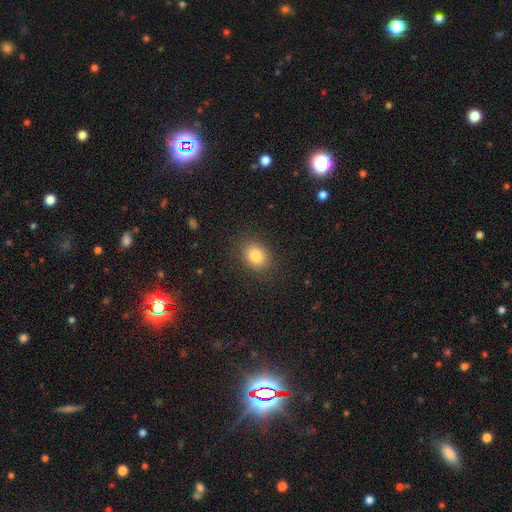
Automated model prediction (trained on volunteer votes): Smooth or featured: smooth — 83% (star or artifact — 10%)
How rounded: in between — 50% (round — 49%)
Merging: none — 87% (minor disturbance — 9%)